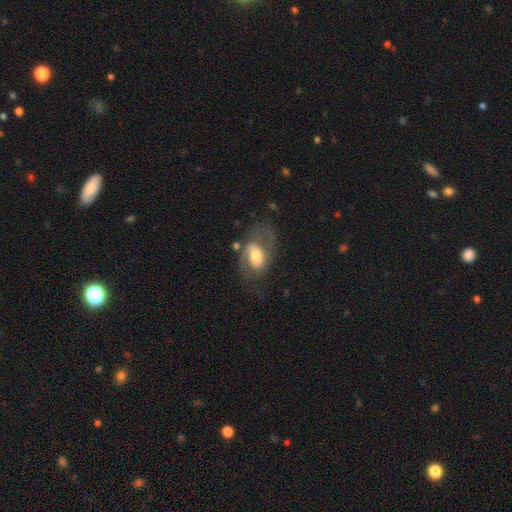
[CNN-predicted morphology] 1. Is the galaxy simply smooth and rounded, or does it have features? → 68% featured or disk, 25% smooth, 6% star or artifact.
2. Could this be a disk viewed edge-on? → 95% no, 5% yes.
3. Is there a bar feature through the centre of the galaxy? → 42% weak, 33% no, 24% strong.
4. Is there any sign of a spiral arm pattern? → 85% yes, 15% no.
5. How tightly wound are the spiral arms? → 49% medium, 36% loose, 15% tight.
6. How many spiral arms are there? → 83% 2, 7% 1, 7% can't tell, 1% 3, 1% 4, 1% more than 4.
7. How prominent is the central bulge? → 60% moderate, 22% large, 14% small, 2% dominant, 2% none.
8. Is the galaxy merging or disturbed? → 52% none, 24% major disturbance, 20% minor disturbance, 5% merger.